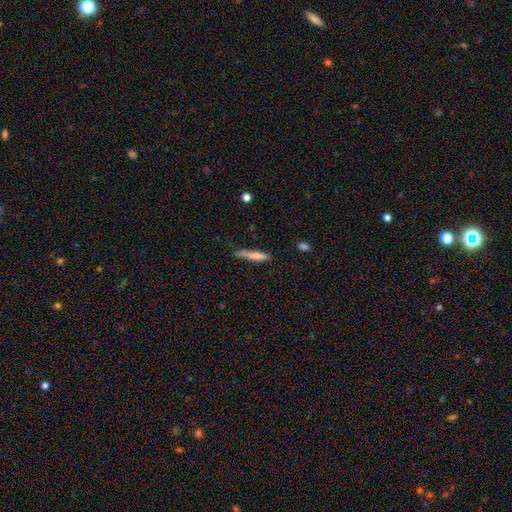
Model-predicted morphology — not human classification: The model was most divided on "merging": none: 71%, minor disturbance: 22%, major disturbance: 5%, merger: 2%. More confident: how rounded — cigar-shaped (91%); smooth or featured — smooth (74%).